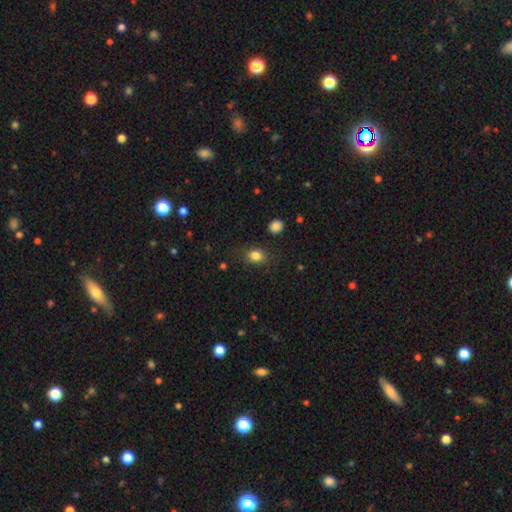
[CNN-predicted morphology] Smooth or featured? smooth (83%)
How rounded? in between (51%)
Merging? none (79%)